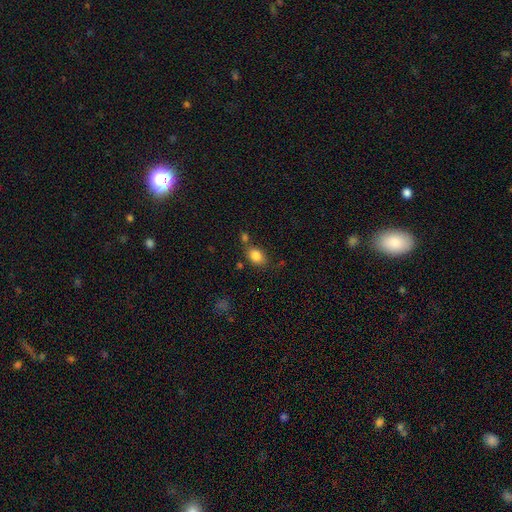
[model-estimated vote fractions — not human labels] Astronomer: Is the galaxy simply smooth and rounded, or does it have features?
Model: smooth — 85%.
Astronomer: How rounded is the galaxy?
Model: in between — 71%.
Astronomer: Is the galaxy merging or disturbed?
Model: none — 67%.